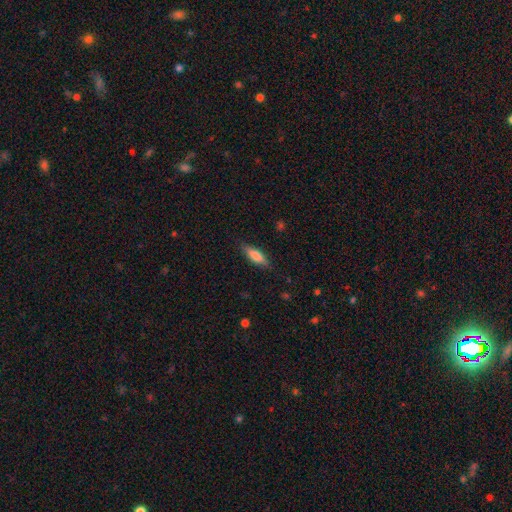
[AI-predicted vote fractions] Morphology: type=smooth (75%); roundness=cigar-shaped (52%); merging=none (84%).